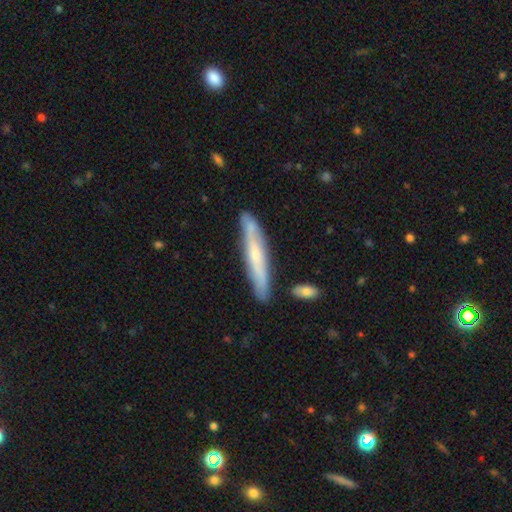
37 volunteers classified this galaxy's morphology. Smooth or featured? smooth (51%)
How rounded? cigar-shaped (100%)
Merging? none (85%)